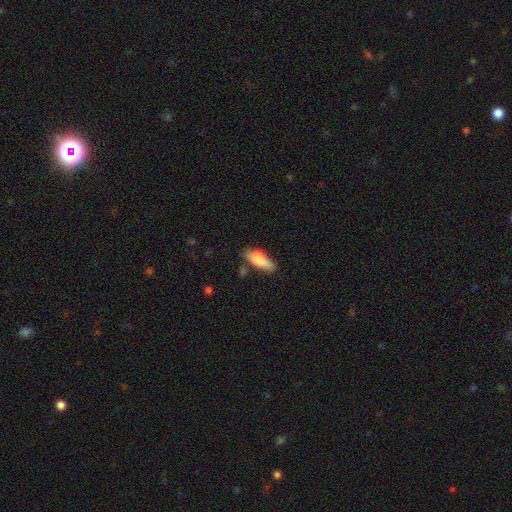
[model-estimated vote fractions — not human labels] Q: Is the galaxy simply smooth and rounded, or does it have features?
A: smooth — 73%.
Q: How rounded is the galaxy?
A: in between — 64%.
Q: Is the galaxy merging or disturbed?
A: none — 51%.